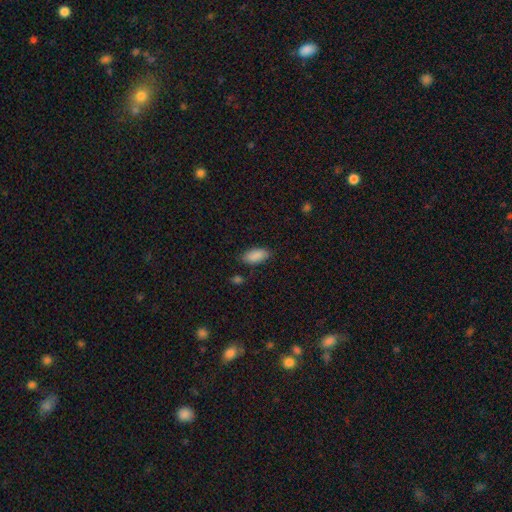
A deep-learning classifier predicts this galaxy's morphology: This appears to be a smooth galaxy with no disk features (89%) that is in between round and cigar-shaped (91%). Merging: none (81%).